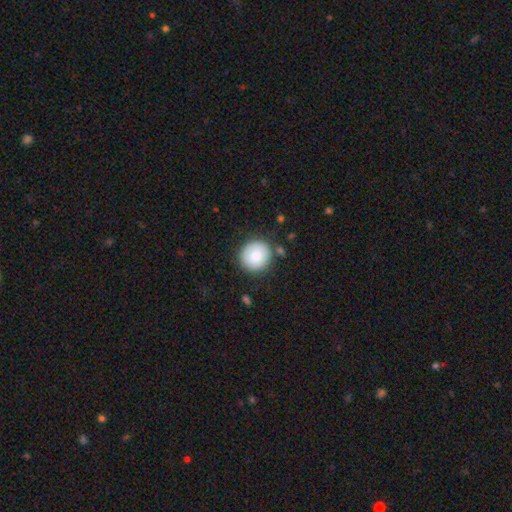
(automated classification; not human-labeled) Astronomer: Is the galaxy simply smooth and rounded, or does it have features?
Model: smooth — 81%.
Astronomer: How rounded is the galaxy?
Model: round — 88%.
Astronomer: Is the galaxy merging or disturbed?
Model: none — 81%.